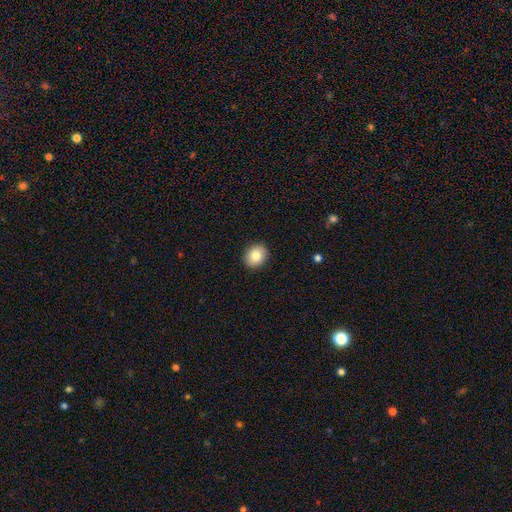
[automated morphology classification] This appears to be a smooth galaxy with no disk features (83%) that is round (57%). Merging: none (91%).